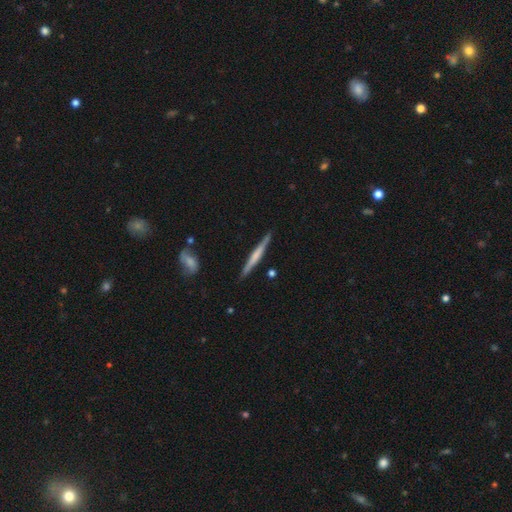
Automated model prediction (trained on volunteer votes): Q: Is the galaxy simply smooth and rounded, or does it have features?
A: featured or disk — 57%.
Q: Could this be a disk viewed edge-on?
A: yes — 97%.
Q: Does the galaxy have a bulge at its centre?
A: none — 44%.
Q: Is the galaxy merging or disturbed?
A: none — 88%.